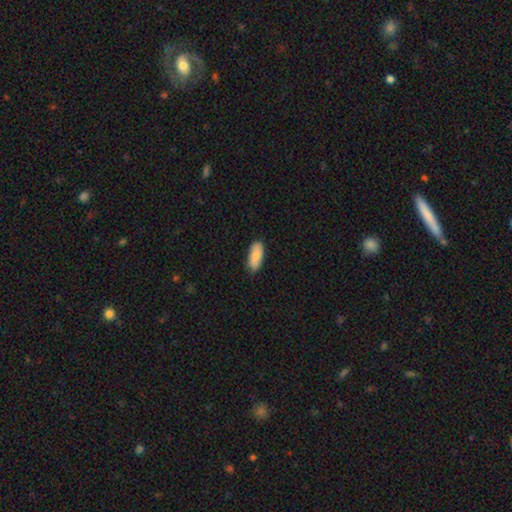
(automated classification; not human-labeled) This appears to be a smooth galaxy with no disk features (82%) that is in between round and cigar-shaped (81%). Merging: none (84%).